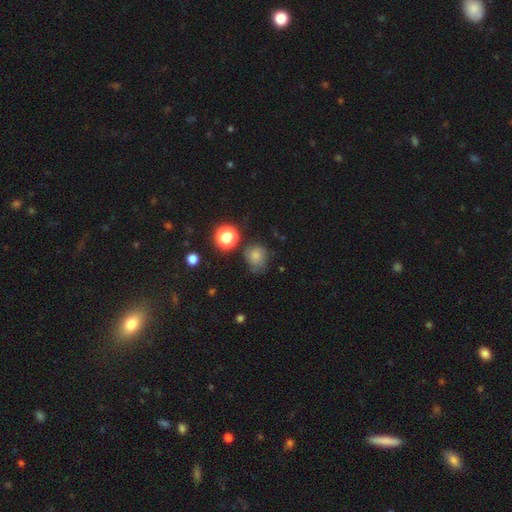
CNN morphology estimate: Smooth or featured: smooth — 73% (star or artifact — 16%)
How rounded: round — 72% (in between — 27%)
Merging: none — 58% (minor disturbance — 28%)